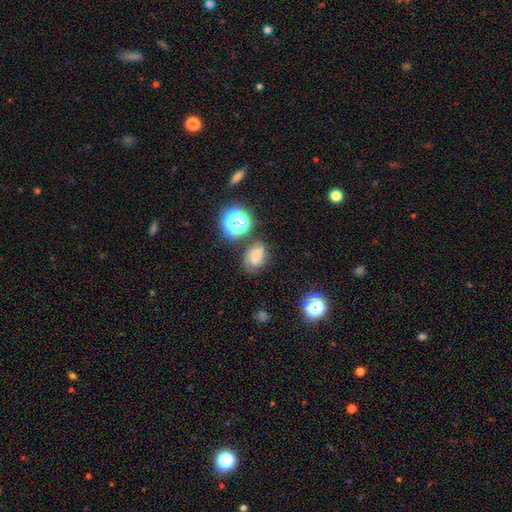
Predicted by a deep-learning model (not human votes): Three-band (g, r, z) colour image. It shows a featured or disk galaxy (57%) with no bar (60%), 2 (59%) medium (45%) spiral arms (92%) and a small central bulge (53%). Merging: none (62%).